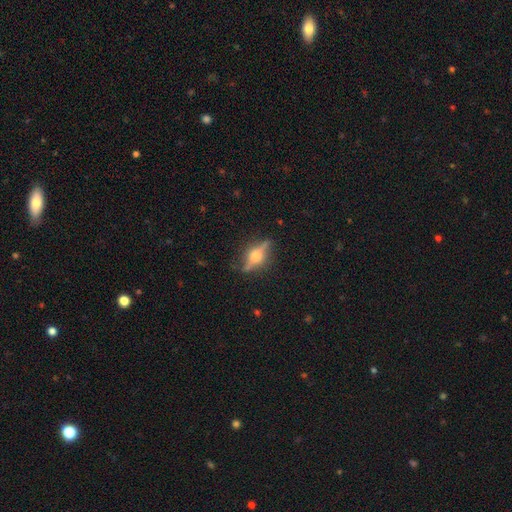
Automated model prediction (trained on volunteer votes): Smooth or featured? Predicted: featured or disk (p=0.74). Edge-on disk? Predicted: yes (p=0.91). Edge-on bulge? Predicted: rounded (p=0.92). Merging? Predicted: none (p=0.81).